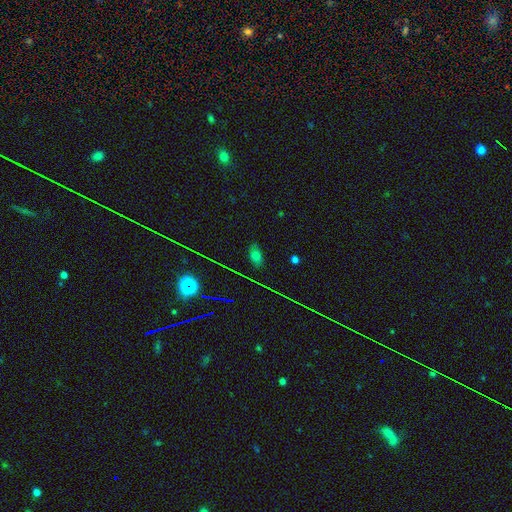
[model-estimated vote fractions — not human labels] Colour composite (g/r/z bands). It shows a smooth galaxy with no disk features (57%) that is in between round and cigar-shaped (85%). Merging: none (77%).